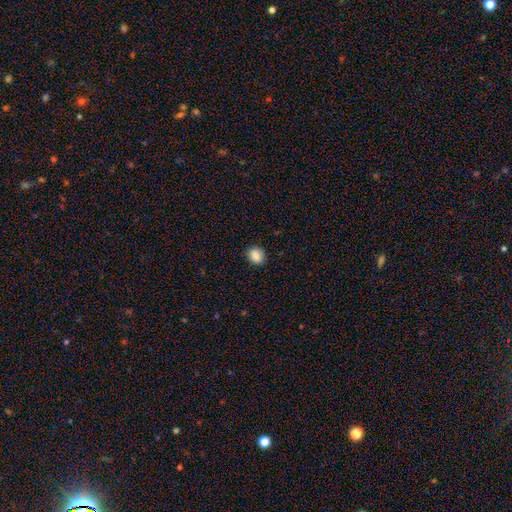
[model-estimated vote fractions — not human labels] A smooth galaxy with no disk features (86%) that is round (62%).

Vote fractions:
- Smooth or featured? smooth: 86% / star or artifact: 9% / featured or disk: 5%
- How rounded? round: 62% / in between: 37% / cigar-shaped: 1%
- Merging? none: 87% / minor disturbance: 10% / major disturbance: 2% / merger: 1%